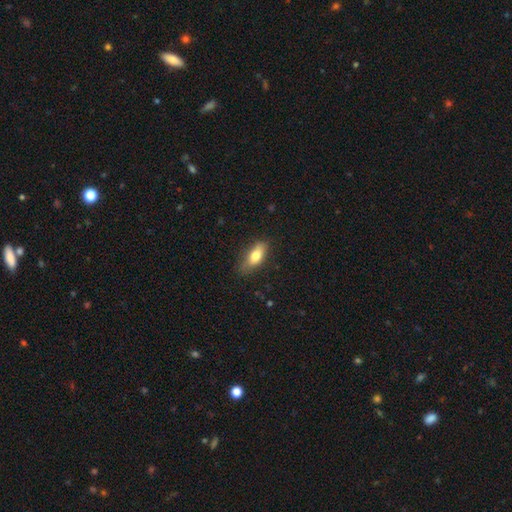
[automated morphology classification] Smooth or featured? Predicted: smooth (p=0.73). How rounded? Predicted: in between (p=0.78). Merging? Predicted: none (p=0.74).